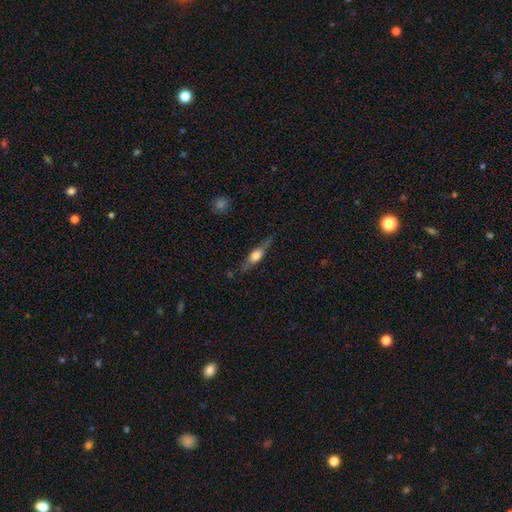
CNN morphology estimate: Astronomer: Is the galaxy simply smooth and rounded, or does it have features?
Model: featured or disk — 51% (runner-up: smooth, 43%).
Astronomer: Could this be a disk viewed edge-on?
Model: yes — 90%.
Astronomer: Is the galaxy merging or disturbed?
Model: none — 76%.